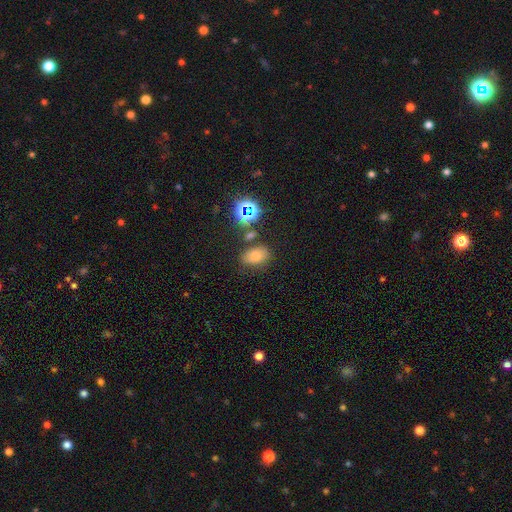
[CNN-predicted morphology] Q: Smooth or featured?
A: smooth (71%); runner-up: star or artifact (20%)
Q: How rounded?
A: in between (81%); runner-up: round (18%)
Q: Merging?
A: none (69%); runner-up: minor disturbance (15%)